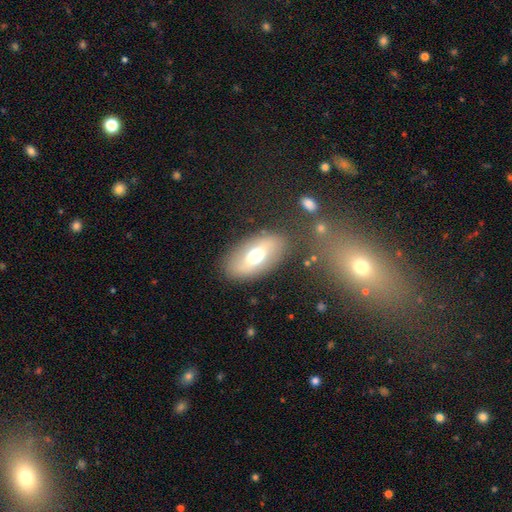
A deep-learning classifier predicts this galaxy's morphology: smooth_or_featured: smooth (p=0.56) [alt: featured or disk p=0.36]
how_rounded: in between (p=0.89) [alt: round p=0.07]
merging: none (p=0.80) [alt: minor disturbance p=0.12]